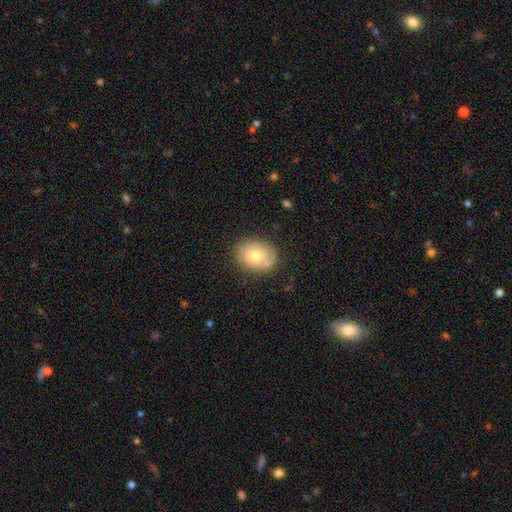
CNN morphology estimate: Smooth or featured: smooth — 68% (featured or disk — 23%)
How rounded: in between — 58% (round — 41%)
Merging: none — 82% (minor disturbance — 13%)